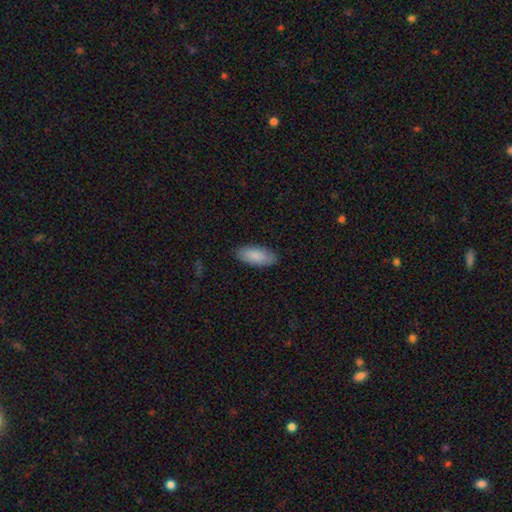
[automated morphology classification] Smooth or featured?
  - smooth: 88% *
  - featured or disk: 6%
  - star or artifact: 6%
How rounded?
  - in between: 85% *
  - cigar-shaped: 14%
  - round: 2%
Merging?
  - none: 88% *
  - minor disturbance: 9%
  - major disturbance: 2%
  - merger: 1%